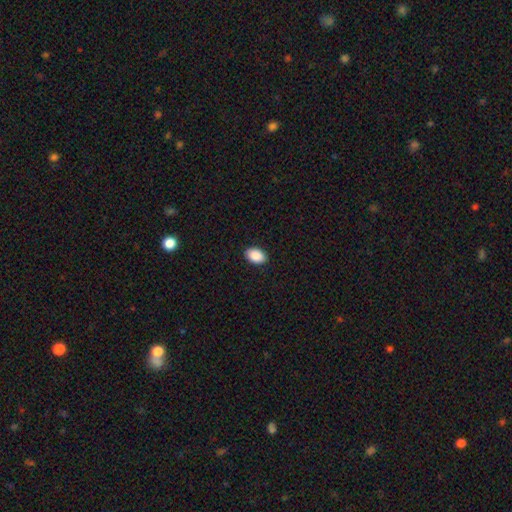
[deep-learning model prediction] smooth_or_featured: smooth (p=0.90) [alt: star or artifact p=0.07]
how_rounded: in between (p=0.89) [alt: round p=0.10]
merging: none (p=0.90) [alt: minor disturbance p=0.07]